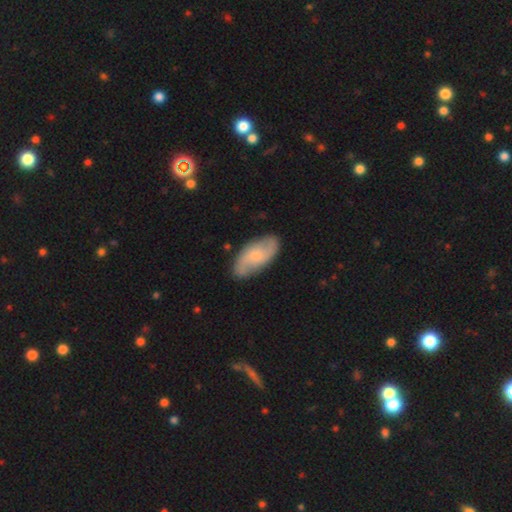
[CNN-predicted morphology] Smooth or featured: featured or disk — 57% (smooth — 37%)
Edge-on disk: no — 93% (yes — 7%)
Bar: no — 58% (weak — 37%)
Spiral arms: yes — 88% (no — 12%)
Bulge size: small — 58% (moderate — 31%)
Merging: none — 82% (minor disturbance — 14%)